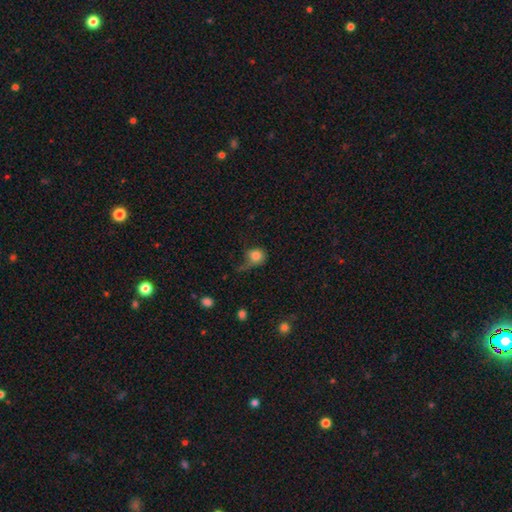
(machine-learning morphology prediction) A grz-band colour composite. It shows a smooth galaxy with no disk features (80%) that is round (78%). Merging: none (34%).